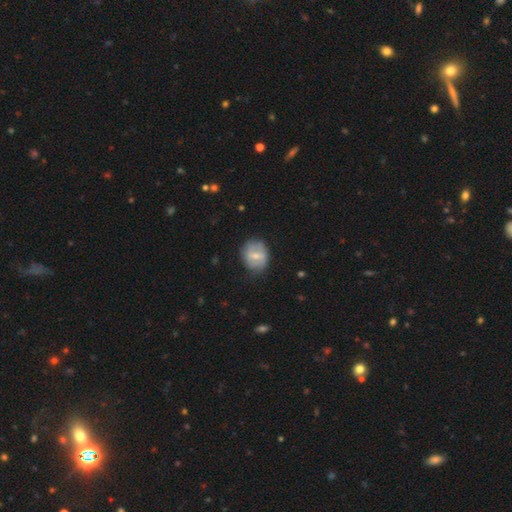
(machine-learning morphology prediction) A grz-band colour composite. It shows a smooth galaxy with no disk features (49%). Merging: none (74%).